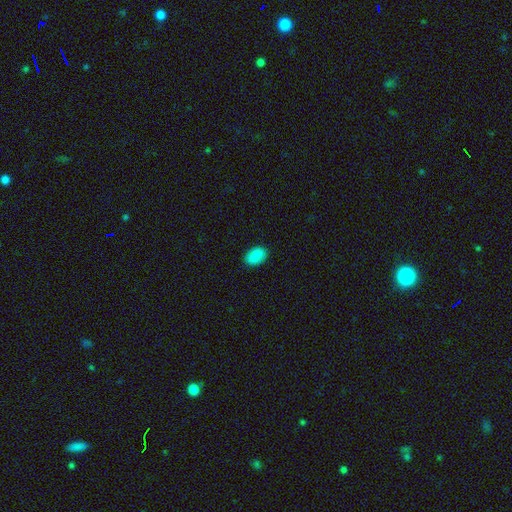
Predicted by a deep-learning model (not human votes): smooth_or_featured: smooth (p=0.89) [alt: star or artifact p=0.07]
how_rounded: in between (p=0.89) [alt: round p=0.10]
merging: none (p=0.89) [alt: minor disturbance p=0.08]